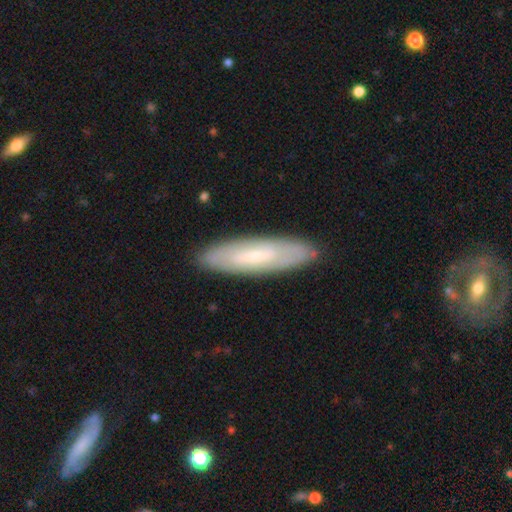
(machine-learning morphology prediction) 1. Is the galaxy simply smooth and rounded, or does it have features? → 49% smooth, 44% featured or disk, 7% star or artifact.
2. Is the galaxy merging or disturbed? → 88% none, 9% minor disturbance, 2% major disturbance, 1% merger.